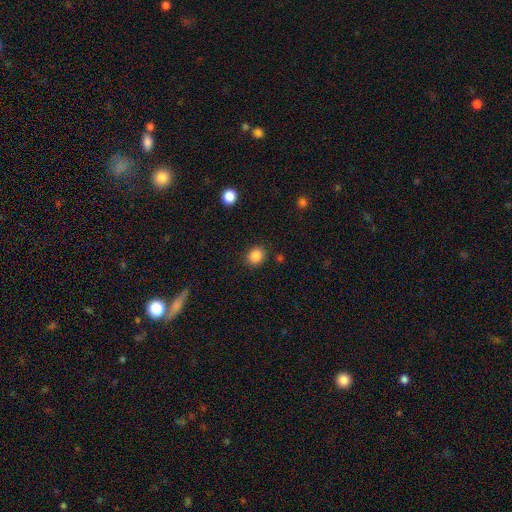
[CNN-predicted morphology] A smooth galaxy with no disk features (87%) that is round (73%).

Vote fractions:
- Smooth or featured? smooth: 87% / star or artifact: 10% / featured or disk: 3%
- How rounded? round: 73% / in between: 26% / cigar-shaped: 1%
- Merging? none: 87% / minor disturbance: 8% / major disturbance: 3% / merger: 2%